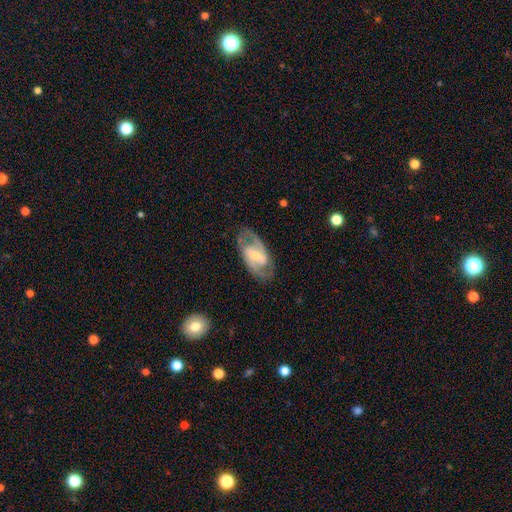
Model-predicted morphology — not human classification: type=featured or disk (84%); edge-on=no (96%); bar=weak (43%); spiral arms=yes (92%); winding=medium (56%); arm count=2 (90%); bulge=small (52%); merging=none (80%).